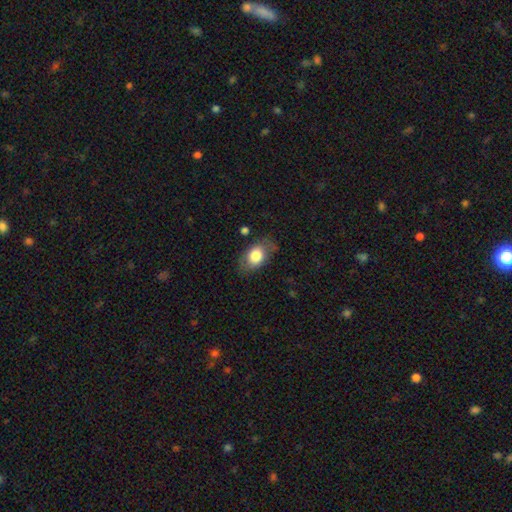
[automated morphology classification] smooth 74%, featured or disk 19%, star or artifact 7%. Down the decision tree: how rounded — in between (86%); merging — none (71%).